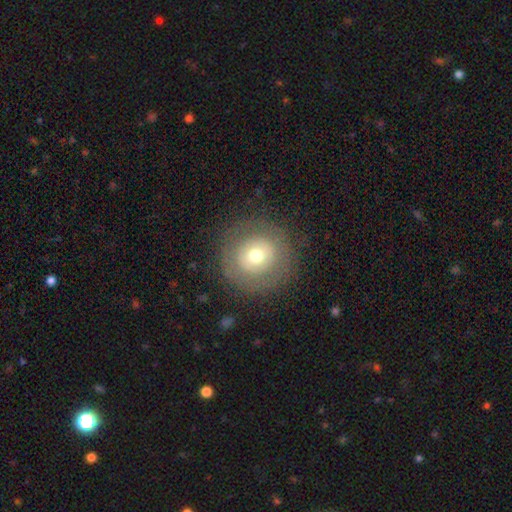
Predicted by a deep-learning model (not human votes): Smooth or featured: smooth — 58% (featured or disk — 32%)
How rounded: round — 94% (in between — 6%)
Merging: none — 85% (minor disturbance — 9%)